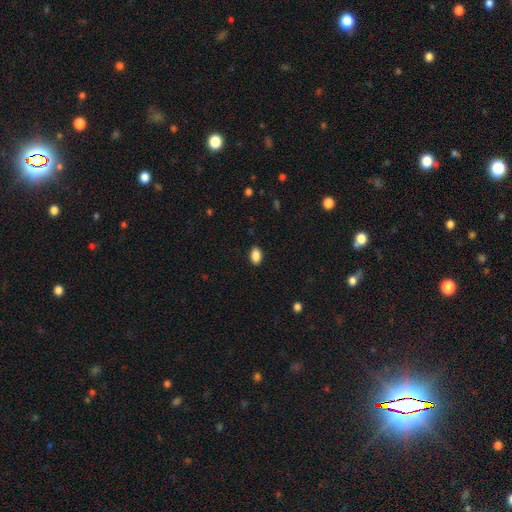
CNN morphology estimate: Smooth or featured? smooth (88%)
How rounded? in between (90%)
Merging? none (89%)